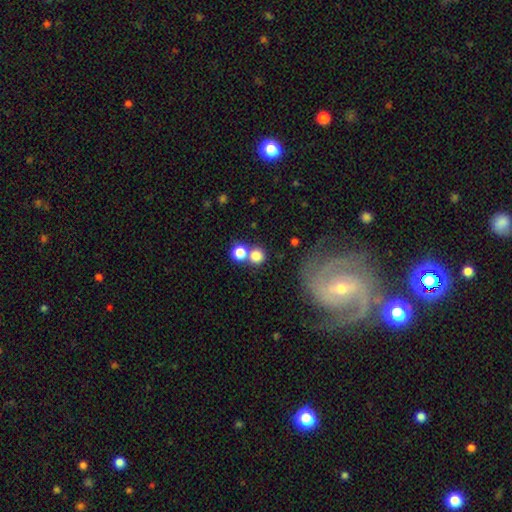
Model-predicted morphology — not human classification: Smooth or featured?
  - smooth: 78% *
  - star or artifact: 13%
  - featured or disk: 8%
How rounded?
  - round: 90% *
  - in between: 9%
  - cigar-shaped: 1%
Merging?
  - none: 57% *
  - merger: 32%
  - minor disturbance: 7%
  - major disturbance: 4%